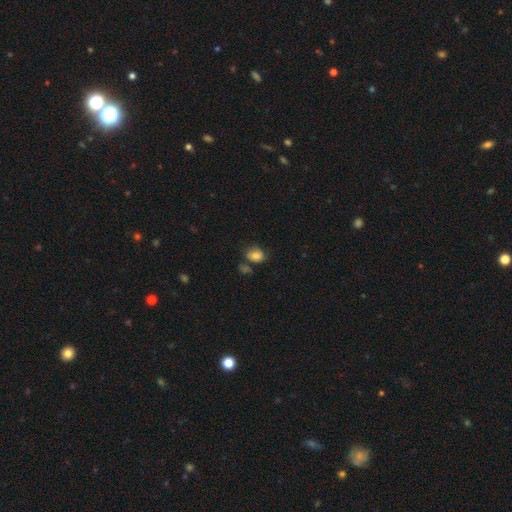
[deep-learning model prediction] Overall: smooth (73%). How rounded: in between (58%; round 41%). Merging: none (58%; minor disturbance 22%).